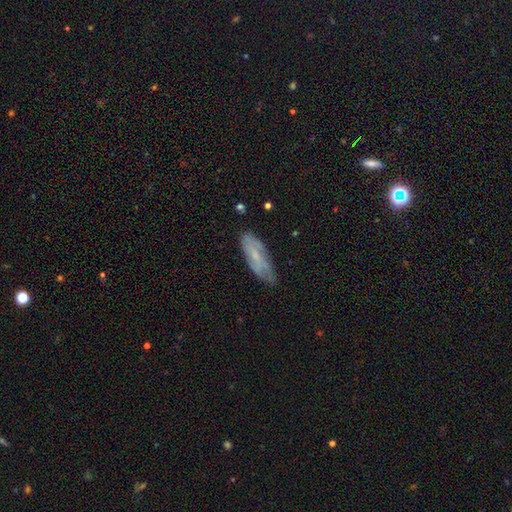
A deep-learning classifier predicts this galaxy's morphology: type=smooth (47%); merging=none (66%).